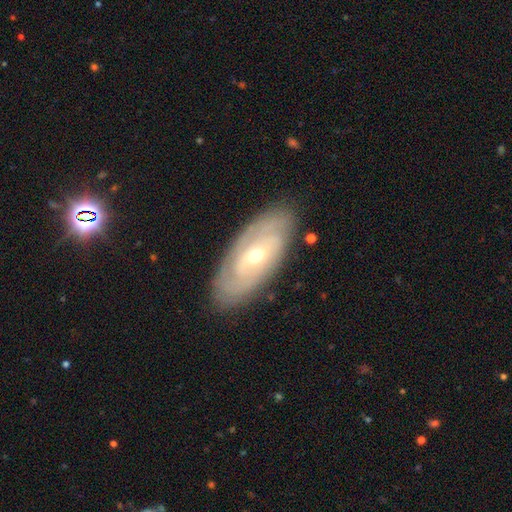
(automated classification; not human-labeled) featured or disk 75%, smooth 18%, star or artifact 6%. Down the decision tree: edge-on disk — no (88%); bar — no (56%); spiral arms — yes (79%); spiral arm count — can't tell (51%); spiral winding — tight (72%); bulge size — small (49%); merging — none (84%).